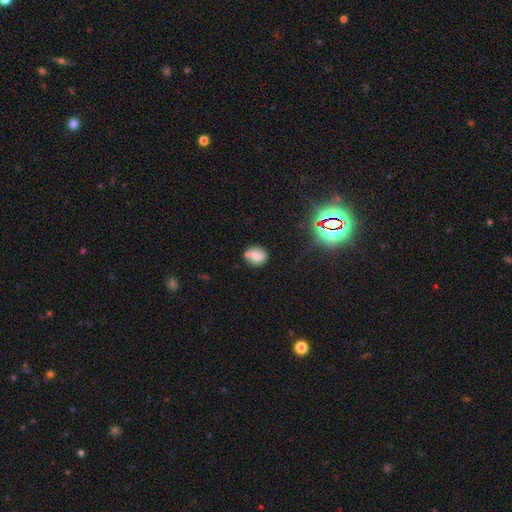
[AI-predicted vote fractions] Smooth or featured? Predicted: smooth (p=0.63). How rounded? Predicted: round (p=0.52). Merging? Predicted: none (p=0.66).